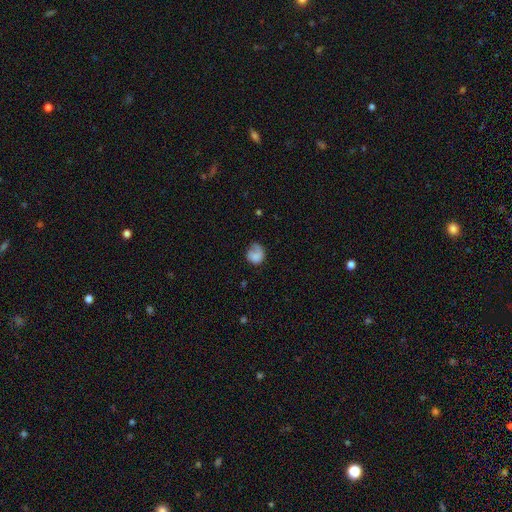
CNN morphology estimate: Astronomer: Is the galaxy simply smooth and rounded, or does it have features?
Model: smooth — 72%.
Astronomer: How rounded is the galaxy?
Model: round — 70%.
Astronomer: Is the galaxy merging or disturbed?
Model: none — 40% (runner-up: minor disturbance, 30%).